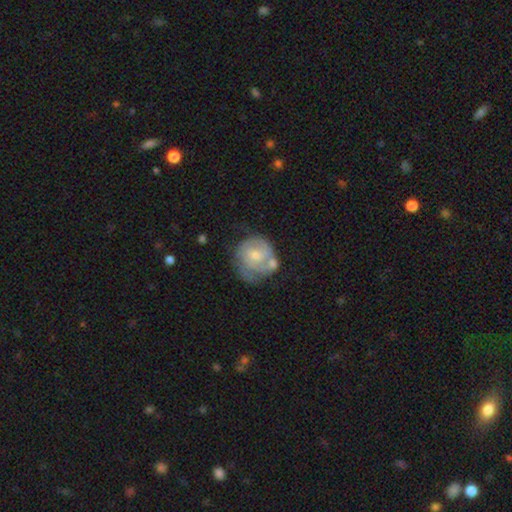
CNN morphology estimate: featured or disk 59%, smooth 35%, star or artifact 6%. Down the decision tree: edge-on disk — no (98%); bar — no (69%); spiral arms — yes (73%); bulge size — small (52%); merging — none (40%).